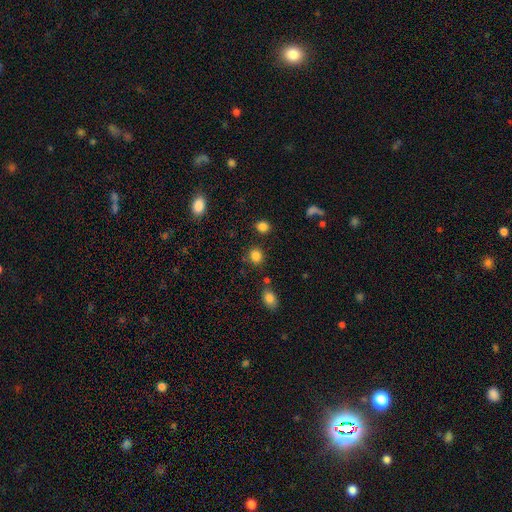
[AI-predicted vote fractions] Overall: smooth (84%). How rounded: round (80%). Merging: none (82%).